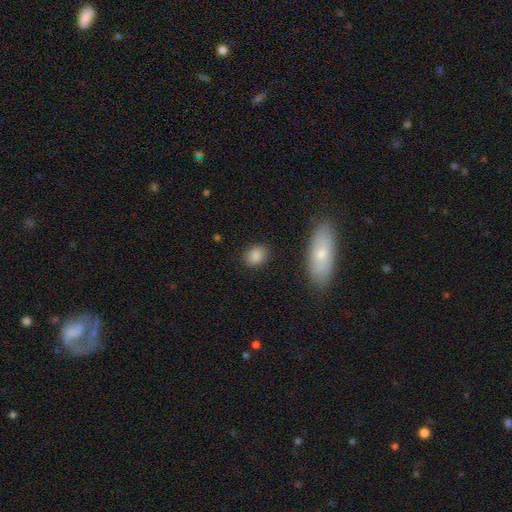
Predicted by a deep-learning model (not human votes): smooth_or_featured: smooth (p=0.87) [alt: star or artifact p=0.08]
how_rounded: in between (p=0.62) [alt: round p=0.36]
merging: none (p=0.85) [alt: minor disturbance p=0.10]